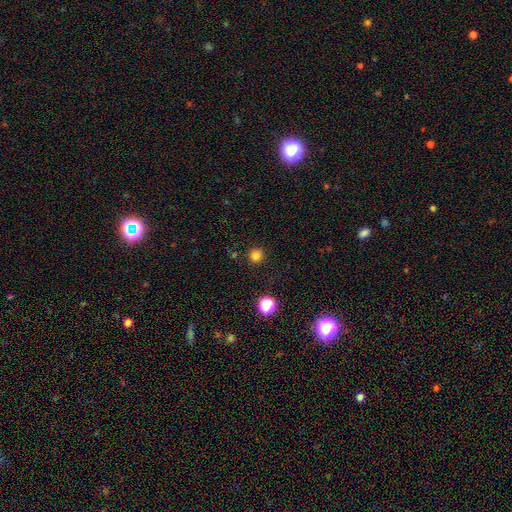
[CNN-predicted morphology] This is likely a smooth galaxy (80%). How rounded: clearly round (93%). Merging: clearly none (88%).